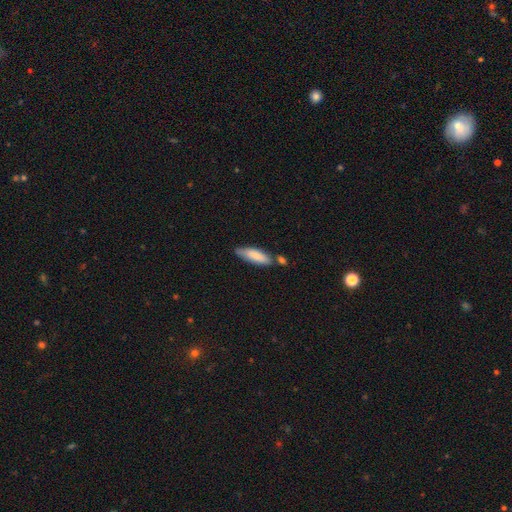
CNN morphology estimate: A smooth galaxy with no disk features (79%) that is cigar-shaped (52%).

Vote fractions:
- Smooth or featured? smooth: 79% / featured or disk: 16% / star or artifact: 6%
- How rounded? cigar-shaped: 52% / in between: 46% / round: 2%
- Merging? none: 62% / minor disturbance: 19% / merger: 15% / major disturbance: 4%